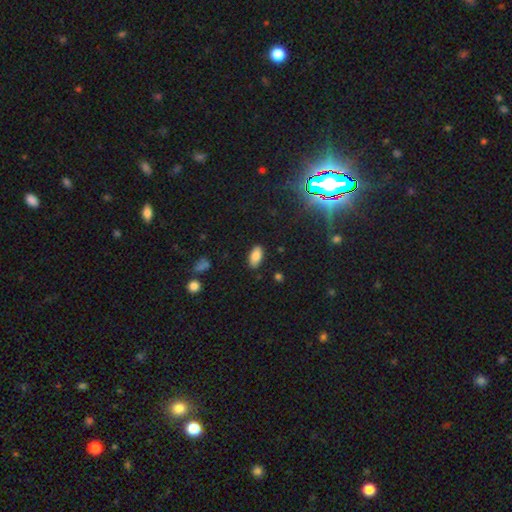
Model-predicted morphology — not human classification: Overall: smooth (84%). How rounded: in between (93%). Merging: none (87%).